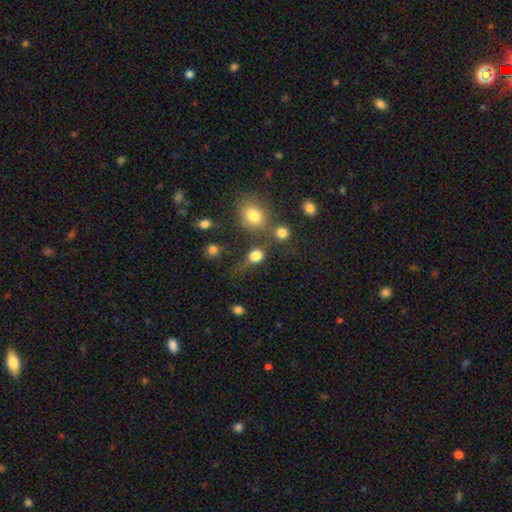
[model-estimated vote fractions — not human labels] Smooth or featured? smooth (78%)
How rounded? round (71%)
Merging? none (50%)